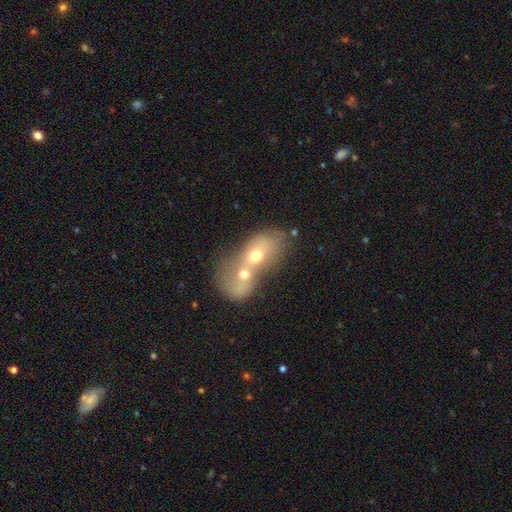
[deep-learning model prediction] smooth 55%, featured or disk 35%, star or artifact 10%. Down the decision tree: how rounded — in between (61%); merging — merger (83%).